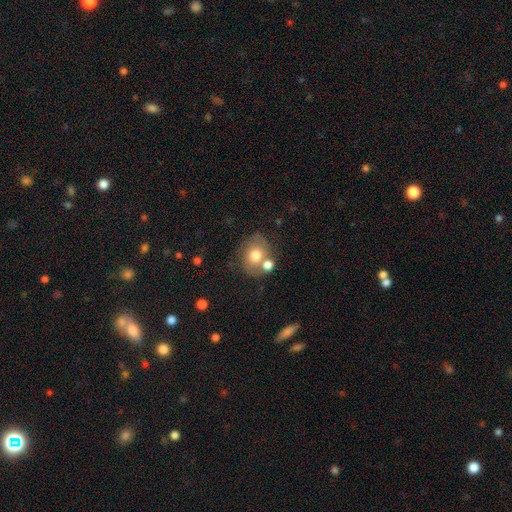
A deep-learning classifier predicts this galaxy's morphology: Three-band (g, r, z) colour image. It shows a smooth galaxy with no disk features (66%) that is round (59%). Merging: none (56%).